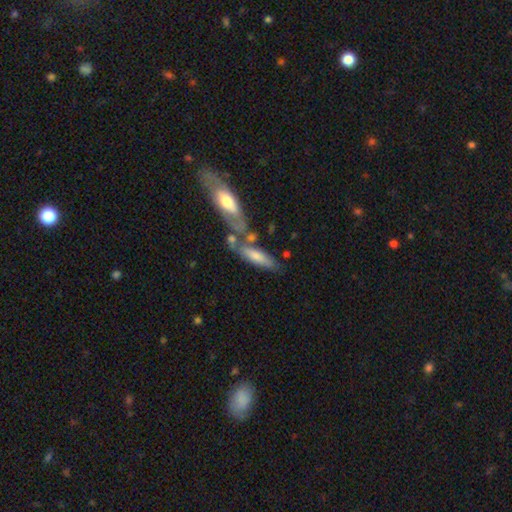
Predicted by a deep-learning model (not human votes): Morphology: type=smooth (58%); roundness=cigar-shaped (60%); merging=none (45%).